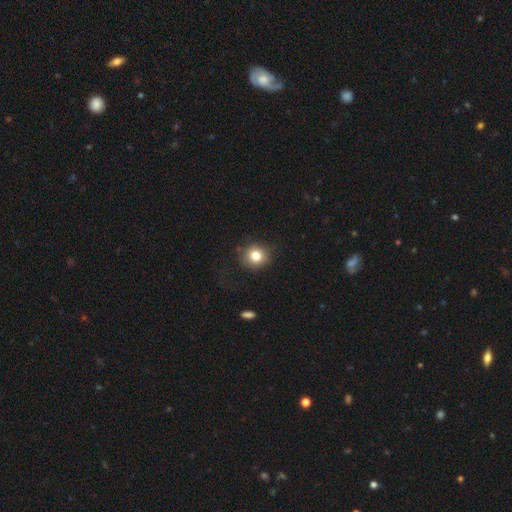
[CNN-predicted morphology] type=smooth (80%); roundness=round (86%); merging=none (82%).